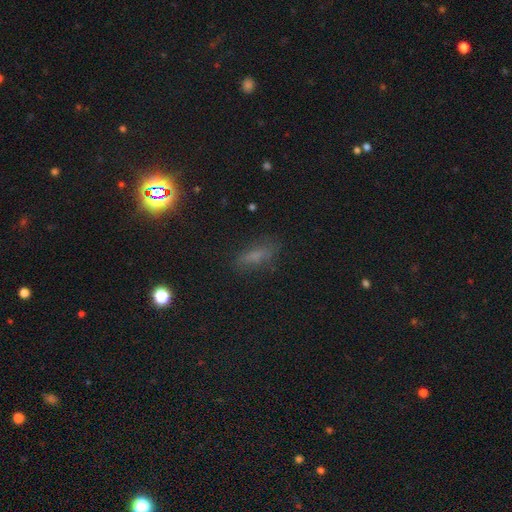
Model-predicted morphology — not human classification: Smooth or featured? smooth (56%)
How rounded? in between (55%)
Merging? none (76%)